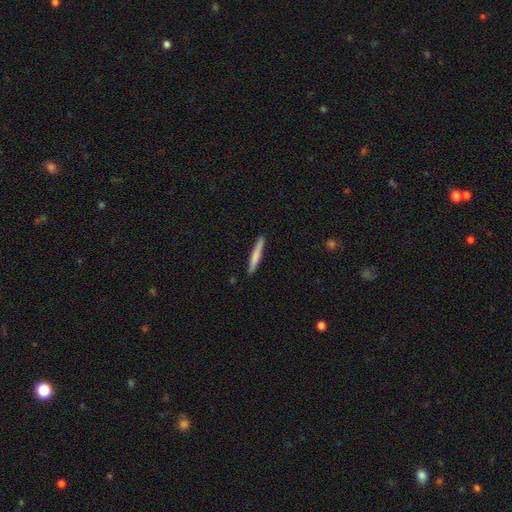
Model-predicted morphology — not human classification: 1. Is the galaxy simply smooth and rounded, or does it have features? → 72% smooth, 23% featured or disk, 5% star or artifact.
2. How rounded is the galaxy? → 95% cigar-shaped, 3% in between, 1% round.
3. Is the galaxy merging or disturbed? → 90% none, 8% minor disturbance, 1% major disturbance, 1% merger.